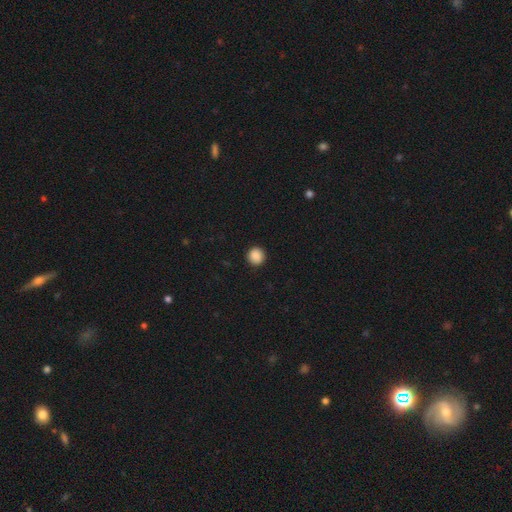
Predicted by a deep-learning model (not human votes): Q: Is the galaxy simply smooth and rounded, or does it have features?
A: smooth — 88%.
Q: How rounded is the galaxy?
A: round — 94%.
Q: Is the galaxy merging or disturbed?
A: none — 92%.